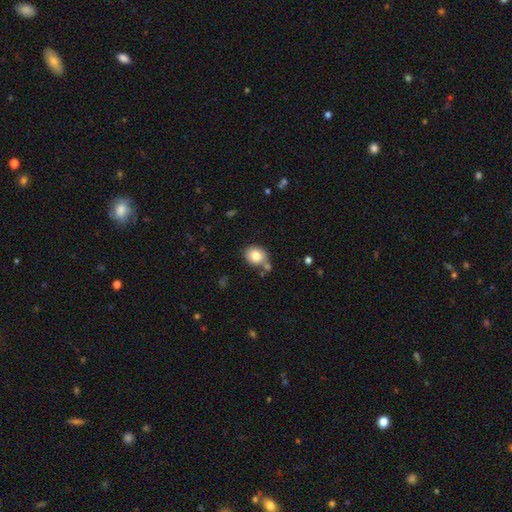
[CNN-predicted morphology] type=smooth (80%); roundness=round (66%); merging=none (68%).